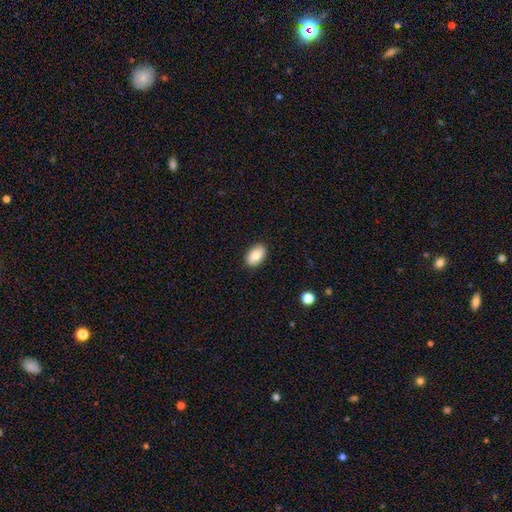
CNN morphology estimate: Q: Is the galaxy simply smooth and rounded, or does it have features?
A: smooth — 83%.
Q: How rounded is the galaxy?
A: in between — 91%.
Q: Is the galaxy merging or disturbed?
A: none — 88%.